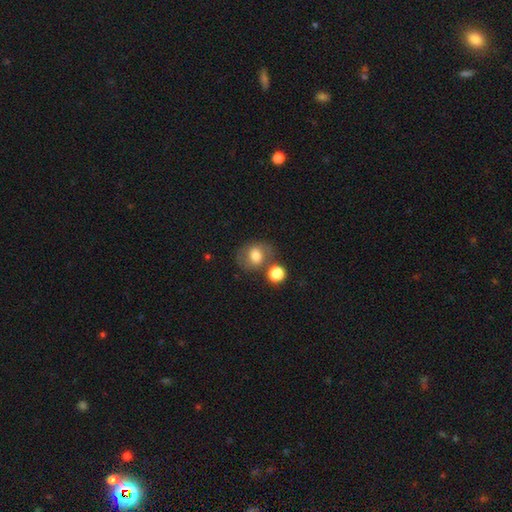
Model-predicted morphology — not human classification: Smooth or featured? smooth (70%)
How rounded? round (61%)
Merging? none (58%)